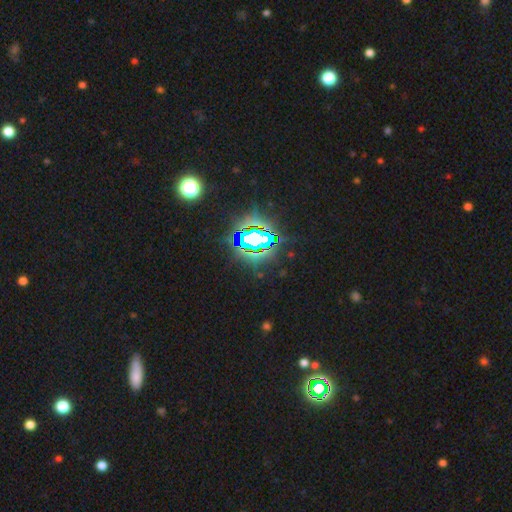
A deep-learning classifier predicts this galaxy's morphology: star or artifact 81%, smooth 11%, featured or disk 8%.